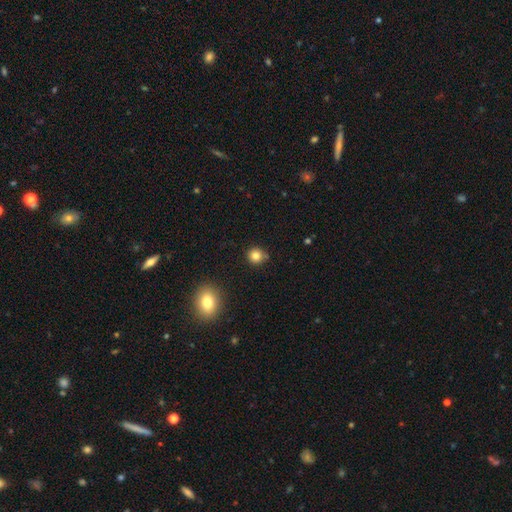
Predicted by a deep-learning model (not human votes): This appears to be a smooth galaxy with no disk features (83%) that is round (90%). Merging: none (82%).